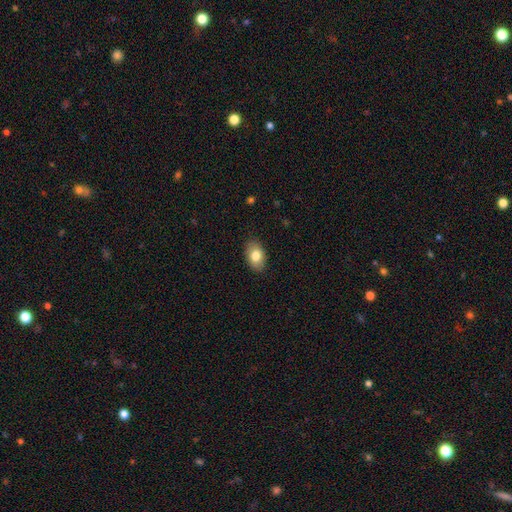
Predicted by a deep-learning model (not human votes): The model was most divided on "smooth or featured": smooth: 80%, featured or disk: 13%, star or artifact: 8%. More confident: how rounded — in between (88%); merging — none (86%).